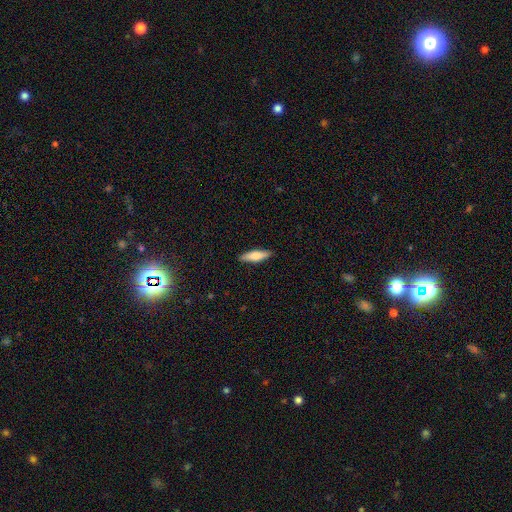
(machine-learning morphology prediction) smooth 63%, featured or disk 31%, star or artifact 6%. Down the decision tree: how rounded — cigar-shaped (64%); merging — none (89%).